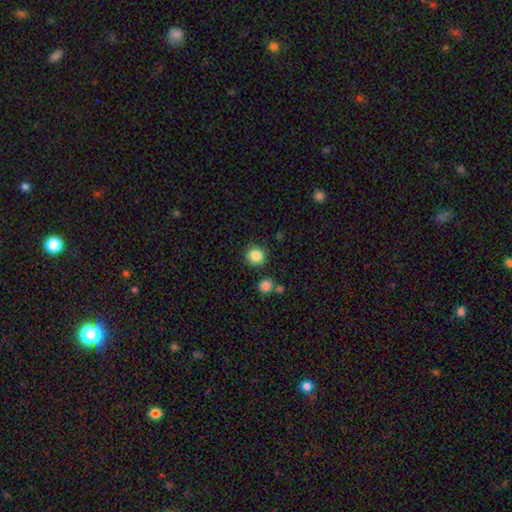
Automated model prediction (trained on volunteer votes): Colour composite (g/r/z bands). It shows a smooth galaxy with no disk features (86%) that is round (93%). Merging: none (87%).